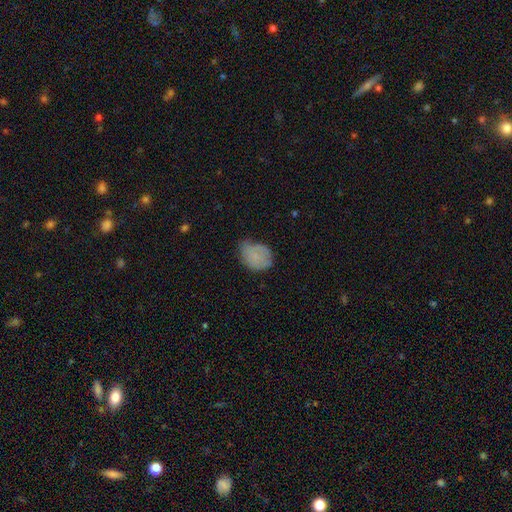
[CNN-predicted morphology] A smooth galaxy with no disk features (73%) that is in between round and cigar-shaped (63%). Merging: none (43%).